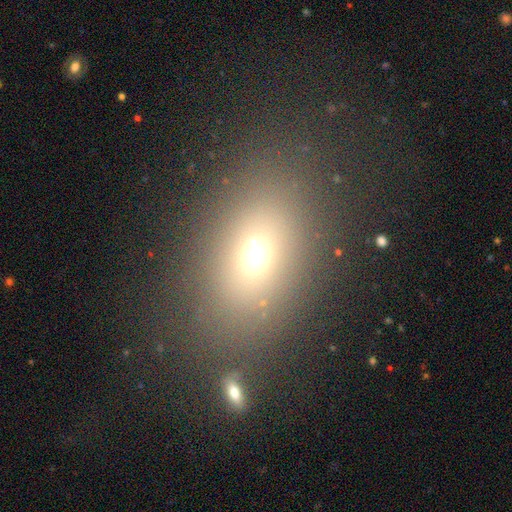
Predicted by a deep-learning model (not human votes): Smooth or featured: smooth — 67% (star or artifact — 19%)
How rounded: in between — 71% (round — 27%)
Merging: none — 77% (minor disturbance — 10%)